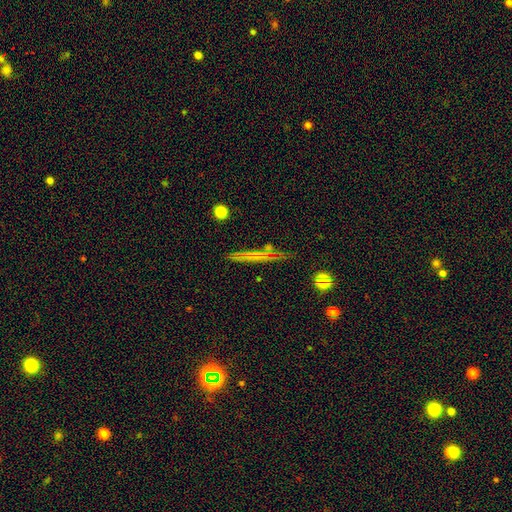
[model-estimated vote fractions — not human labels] smooth_or_featured: smooth (p=0.53) [alt: featured or disk p=0.35]
how_rounded: cigar-shaped (p=0.92) [alt: in between p=0.06]
merging: none (p=0.72) [alt: minor disturbance p=0.19]